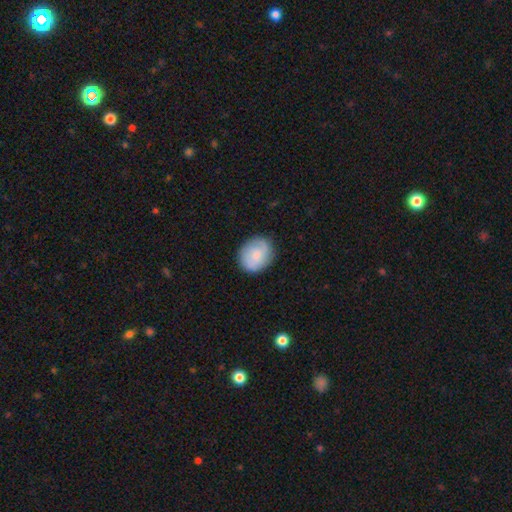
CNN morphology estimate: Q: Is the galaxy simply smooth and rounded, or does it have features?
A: smooth — 72%.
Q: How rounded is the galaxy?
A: round — 63%.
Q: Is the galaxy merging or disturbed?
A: none — 83%.